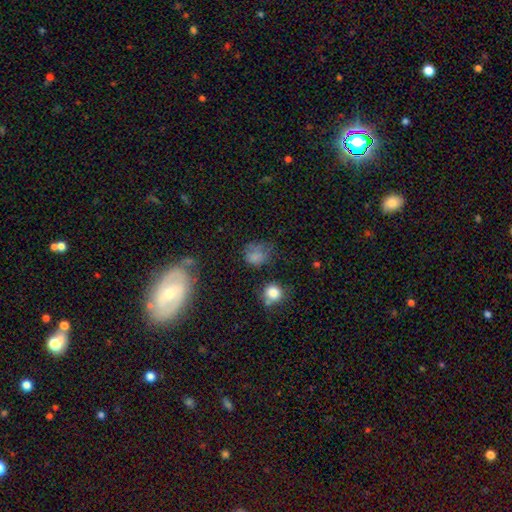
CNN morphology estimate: Smooth or featured? Predicted: smooth (p=0.69). How rounded? Predicted: round (p=0.57). Merging? Predicted: none (p=0.41).